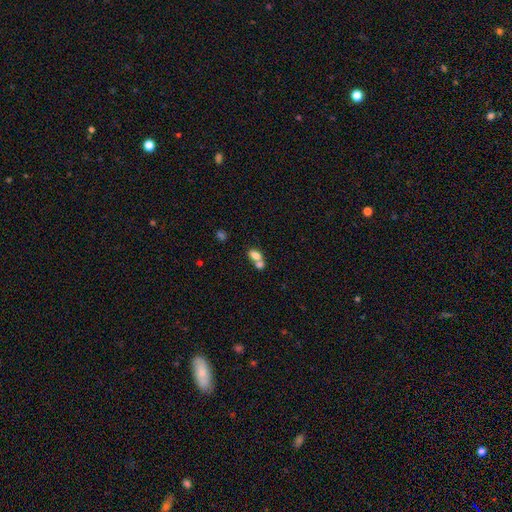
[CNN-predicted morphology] smooth_or_featured: smooth (p=0.76) [alt: featured or disk p=0.14]
how_rounded: in between (p=0.80) [alt: round p=0.17]
merging: merger (p=0.64) [alt: none p=0.25]